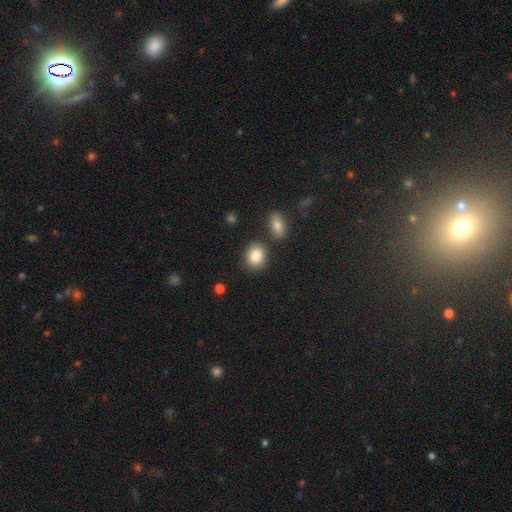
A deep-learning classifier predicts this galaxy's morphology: A smooth galaxy with no disk features (85%) that is round (54%). Merging: none (80%).